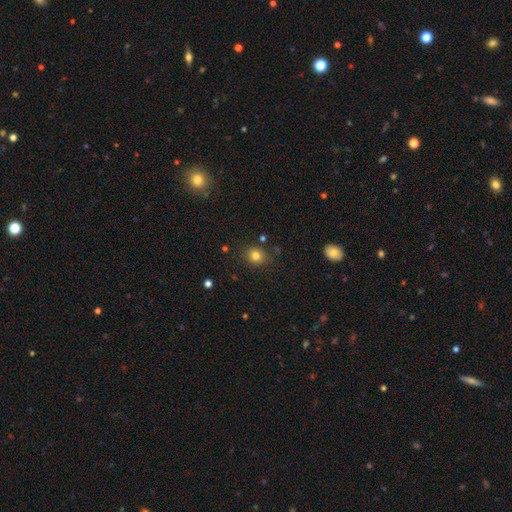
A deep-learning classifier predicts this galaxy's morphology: Q: Smooth or featured?
A: smooth (80%); runner-up: star or artifact (14%)
Q: How rounded?
A: round (77%); runner-up: in between (22%)
Q: Merging?
A: none (84%); runner-up: minor disturbance (10%)